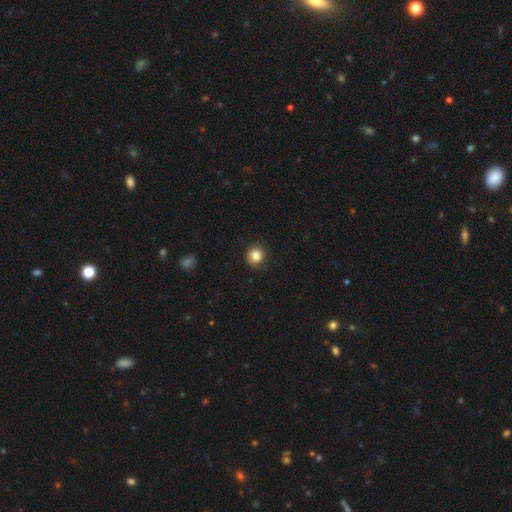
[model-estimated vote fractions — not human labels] Smooth or featured? smooth (83%)
How rounded? round (91%)
Merging? none (86%)